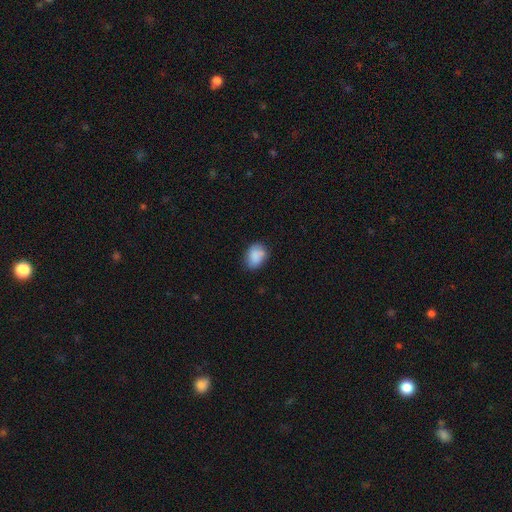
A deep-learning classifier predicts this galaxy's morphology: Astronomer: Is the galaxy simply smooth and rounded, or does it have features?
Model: smooth — 85%.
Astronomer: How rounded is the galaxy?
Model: in between — 69%.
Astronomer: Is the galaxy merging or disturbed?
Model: none — 70%.